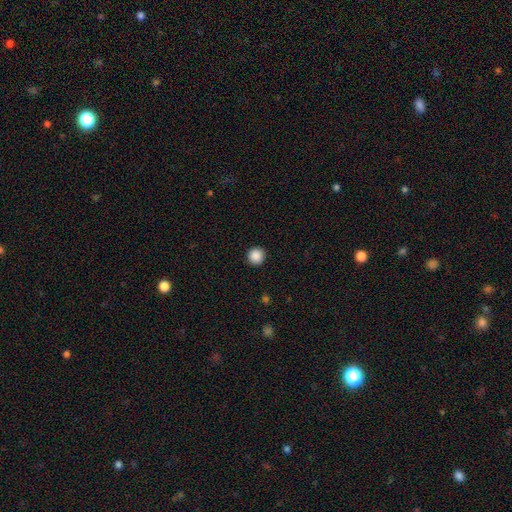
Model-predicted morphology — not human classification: Smooth or featured? smooth (88%)
How rounded? round (95%)
Merging? none (93%)